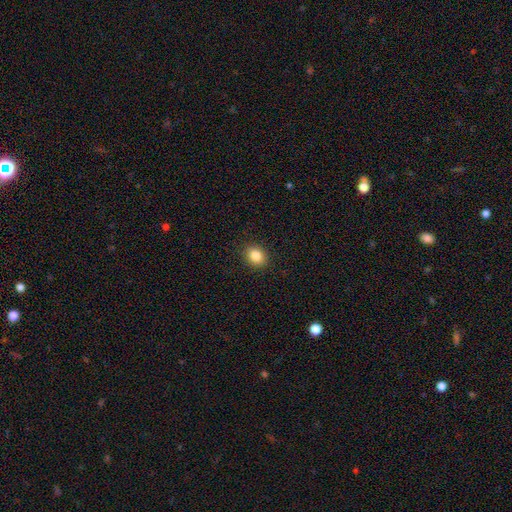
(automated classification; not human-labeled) smooth-or-featured: smooth: 85% | star or artifact: 10% | featured or disk: 5%
  how-rounded: round: 52% | in between: 47% | cigar-shaped: 1%
  merging: none: 90% | minor disturbance: 7% | major disturbance: 2% | merger: 1%